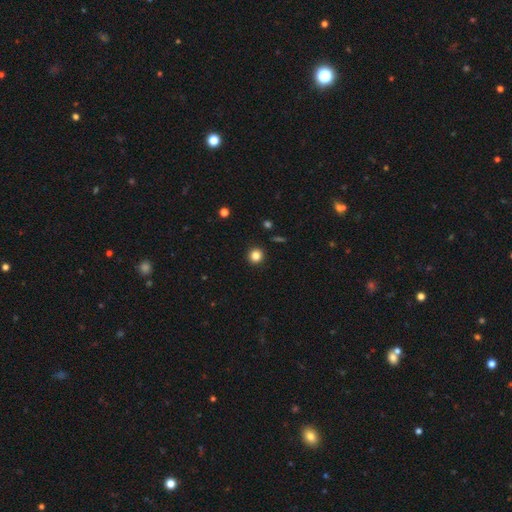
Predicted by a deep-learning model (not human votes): Overall: smooth (84%). How rounded: round (93%). Merging: none (92%).